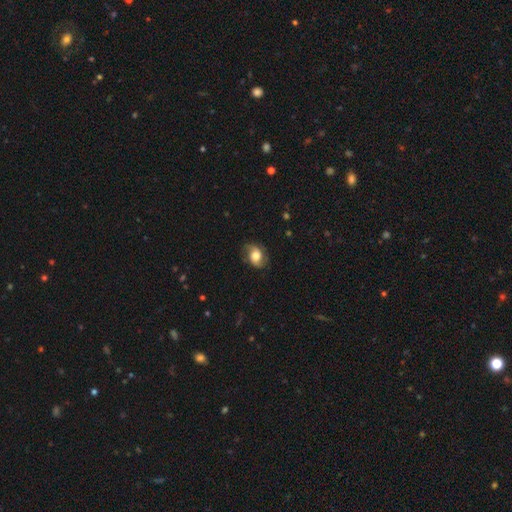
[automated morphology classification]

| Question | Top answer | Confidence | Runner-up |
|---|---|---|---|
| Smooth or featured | featured or disk | 50% | smooth (42%) |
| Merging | none | 75% | minor disturbance (17%) |